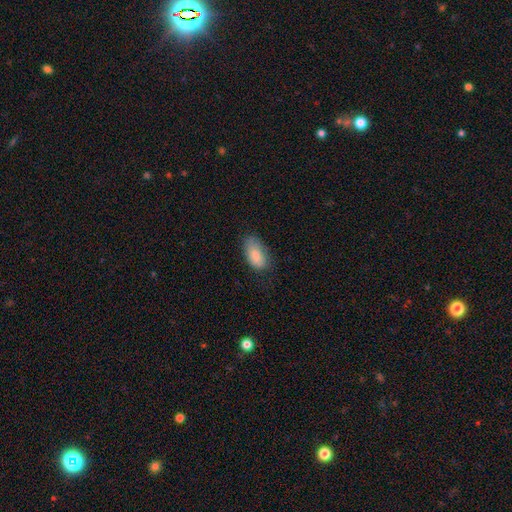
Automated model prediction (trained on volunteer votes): smooth_or_featured: smooth (p=0.85) [alt: featured or disk p=0.08]
how_rounded: in between (p=0.93) [alt: cigar-shaped p=0.04]
merging: none (p=0.64) [alt: minor disturbance p=0.27]